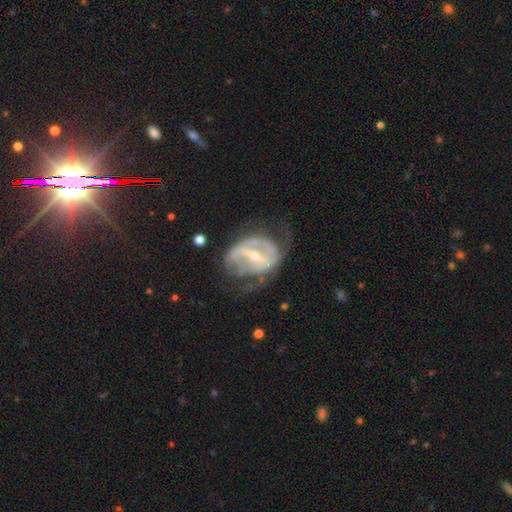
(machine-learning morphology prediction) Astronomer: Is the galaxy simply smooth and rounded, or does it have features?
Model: featured or disk — 80%.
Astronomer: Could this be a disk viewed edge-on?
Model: no — 94%.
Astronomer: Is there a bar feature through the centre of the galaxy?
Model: strong — 59%.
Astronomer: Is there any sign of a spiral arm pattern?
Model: yes — 74%.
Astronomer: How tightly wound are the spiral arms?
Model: medium — 39% (runner-up: tight, 33%).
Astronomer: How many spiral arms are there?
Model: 2 — 58%.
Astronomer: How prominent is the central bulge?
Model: small — 56% (runner-up: moderate, 40%).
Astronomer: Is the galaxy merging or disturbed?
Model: none — 49% (runner-up: minor disturbance, 25%).